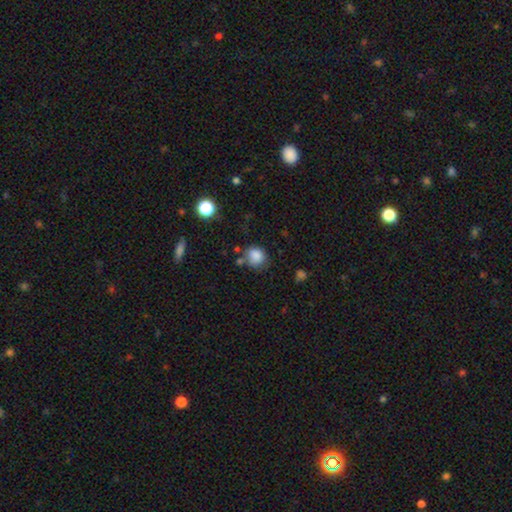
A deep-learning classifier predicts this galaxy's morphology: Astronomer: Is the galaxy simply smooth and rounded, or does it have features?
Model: smooth — 85%.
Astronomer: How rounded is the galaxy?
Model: round — 75%.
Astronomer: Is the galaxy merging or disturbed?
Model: none — 66%.